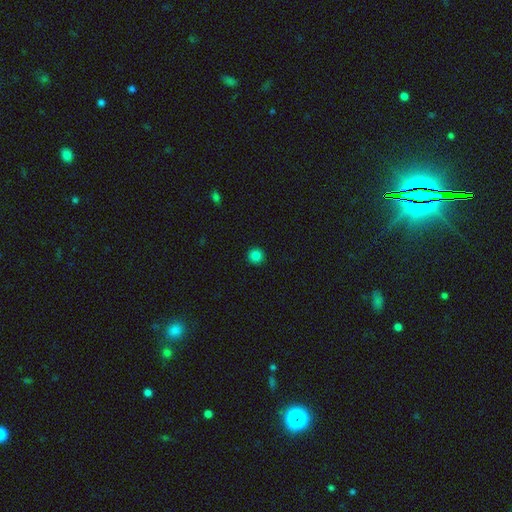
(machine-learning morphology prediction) Smooth or featured? Predicted: smooth (p=0.84). How rounded? Predicted: round (p=0.96). Merging? Predicted: none (p=0.93).